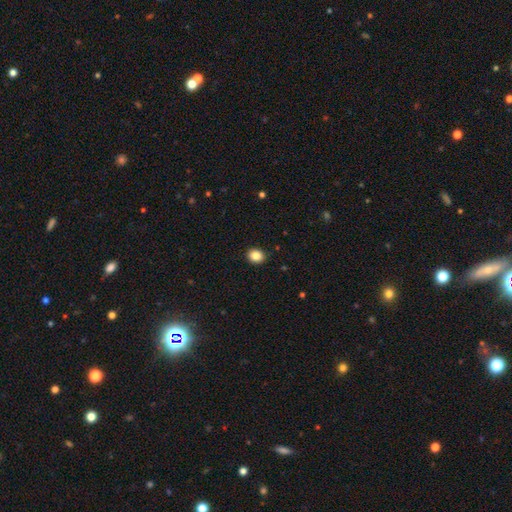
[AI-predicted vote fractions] This is clearly a smooth galaxy (85%). How rounded: likely round (66%). Merging: clearly none (91%).